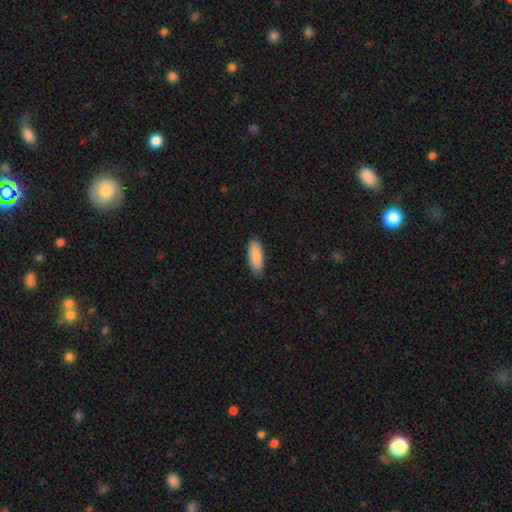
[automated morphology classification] Overall: smooth (88%). How rounded: in between (69%; cigar-shaped 29%). Merging: none (86%).